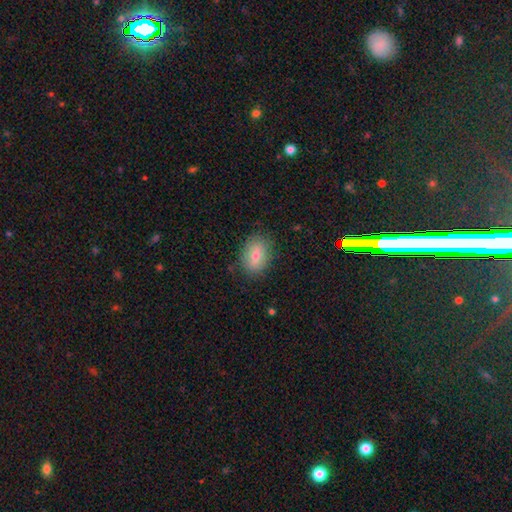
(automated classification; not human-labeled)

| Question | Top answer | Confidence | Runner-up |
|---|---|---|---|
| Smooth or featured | smooth | 71% | featured or disk (21%) |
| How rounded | in between | 79% | round (19%) |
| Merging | none | 82% | minor disturbance (14%) |